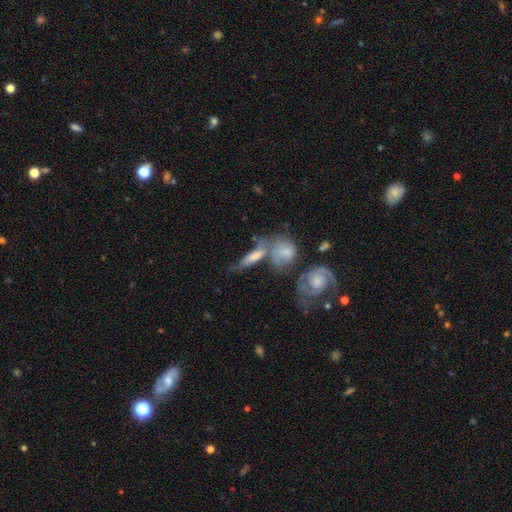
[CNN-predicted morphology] Smooth or featured: featured or disk — 60% (smooth — 30%)
Edge-on disk: no — 55% (yes — 45%)
Merging: merger — 39% (none — 38%)